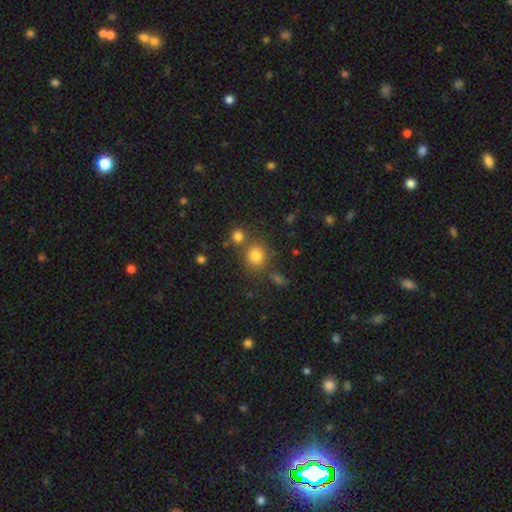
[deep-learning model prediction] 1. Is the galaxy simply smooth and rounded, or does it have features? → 80% smooth, 13% star or artifact, 7% featured or disk.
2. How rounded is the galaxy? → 81% round, 18% in between, 1% cigar-shaped.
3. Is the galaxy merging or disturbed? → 65% none, 20% merger, 10% minor disturbance, 4% major disturbance.